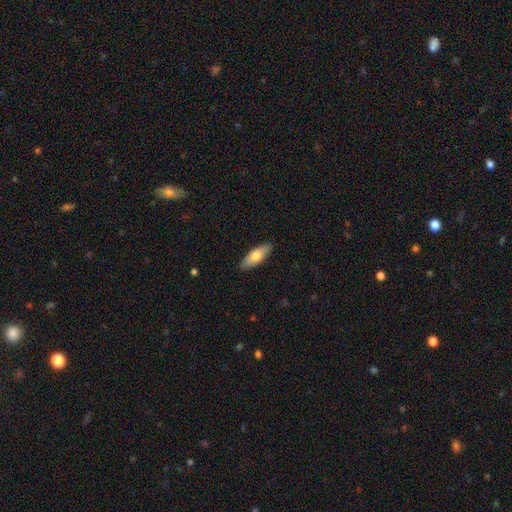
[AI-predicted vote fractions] Smooth or featured?
  - smooth: 69% *
  - featured or disk: 25%
  - star or artifact: 6%
How rounded?
  - in between: 67% *
  - cigar-shaped: 31%
  - round: 2%
Merging?
  - none: 88% *
  - minor disturbance: 10%
  - major disturbance: 2%
  - merger: 1%